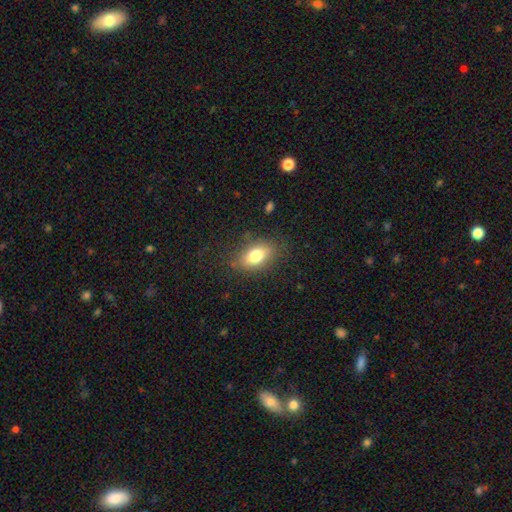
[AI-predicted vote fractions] Morphology: type=smooth (77%); roundness=in between (86%); merging=none (80%).